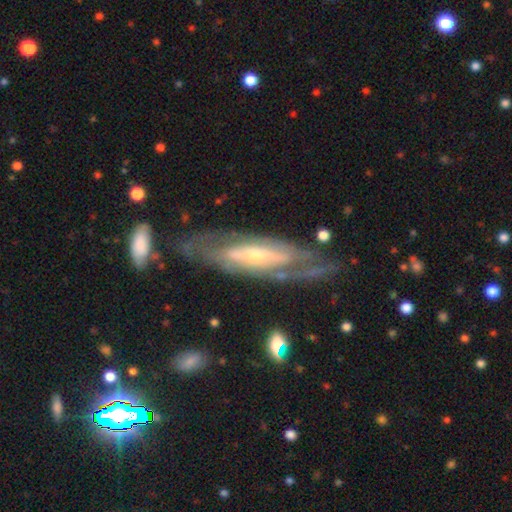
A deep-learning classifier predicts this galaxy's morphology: type=featured or disk (82%); edge-on=no (77%); bar=no (43%); spiral arms=yes (79%); winding=tight (57%); arm count=can't tell (46%); bulge=small (52%); merging=none (70%).